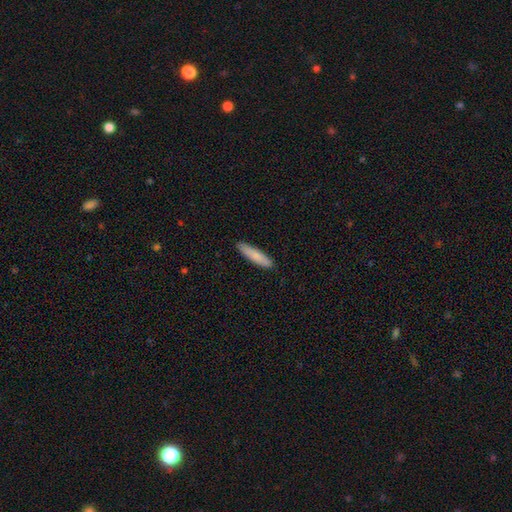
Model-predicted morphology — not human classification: Overall: smooth (84%). How rounded: cigar-shaped (83%). Merging: none (90%).